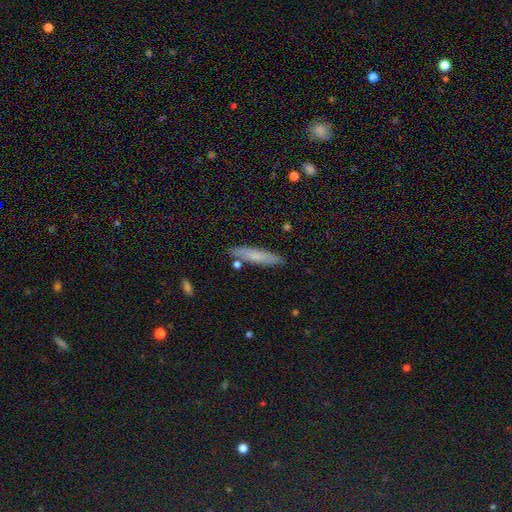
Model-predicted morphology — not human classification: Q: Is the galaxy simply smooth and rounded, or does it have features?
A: smooth — 65%.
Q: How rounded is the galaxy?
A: cigar-shaped — 86%.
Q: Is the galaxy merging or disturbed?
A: none — 85%.